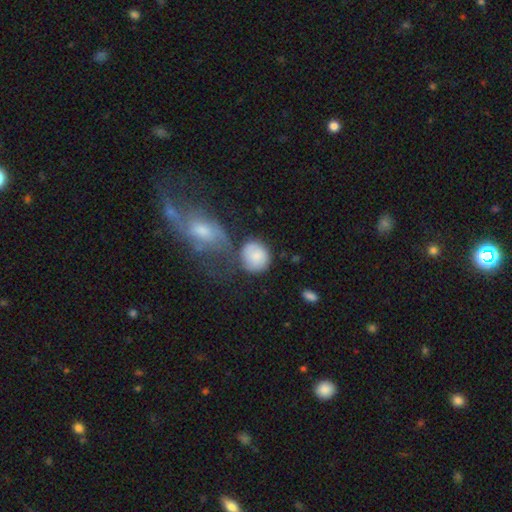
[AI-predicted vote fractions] Morphology: type=smooth (80%); roundness=round (79%); merging=none (55%).